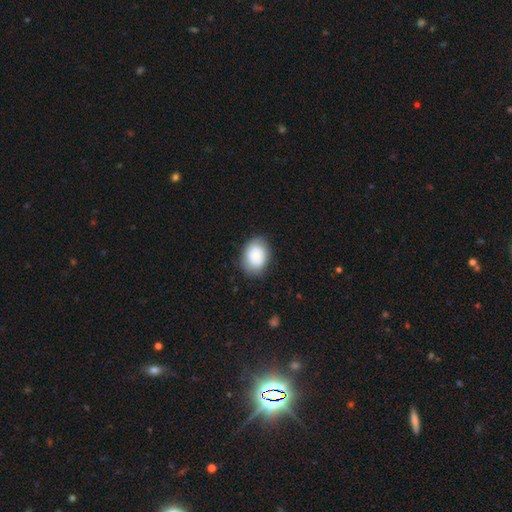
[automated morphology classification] A smooth galaxy with no disk features (82%) that is in between round and cigar-shaped (64%). Merging: none (78%).